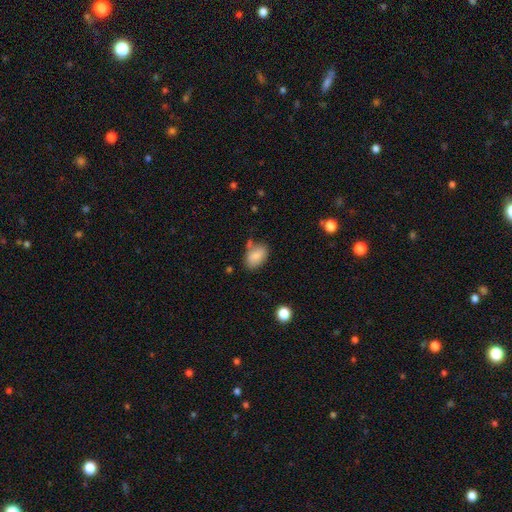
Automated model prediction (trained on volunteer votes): Smooth or featured?
  - smooth: 84% *
  - featured or disk: 8%
  - star or artifact: 8%
How rounded?
  - in between: 88% *
  - round: 11%
  - cigar-shaped: 1%
Merging?
  - none: 63% *
  - minor disturbance: 22%
  - merger: 10%
  - major disturbance: 6%